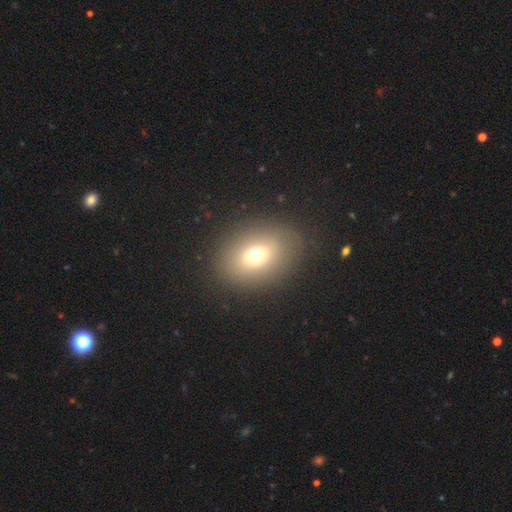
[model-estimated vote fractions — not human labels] smooth 68%, featured or disk 17%, star or artifact 15%. Down the decision tree: how rounded — in between (63%); merging — none (83%).